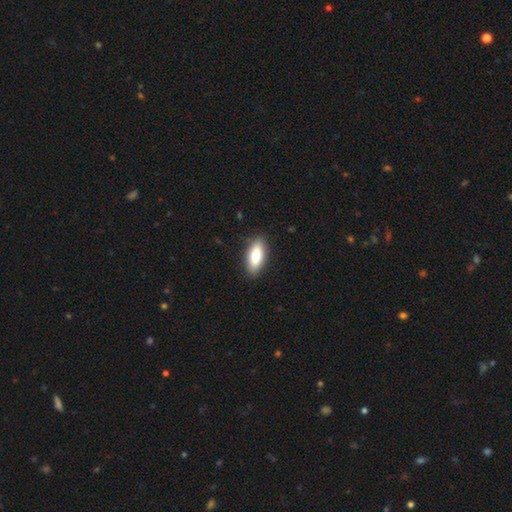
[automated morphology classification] This appears to be a smooth galaxy with no disk features (80%) that is in between round and cigar-shaped (83%). Merging: none (87%).